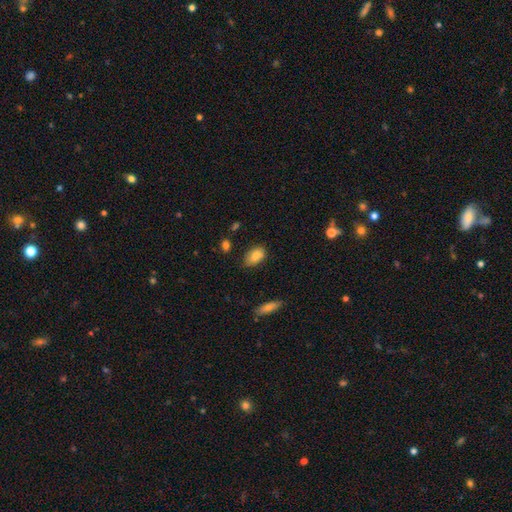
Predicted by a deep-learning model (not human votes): This appears to be a smooth galaxy with no disk features (82%) that is in between round and cigar-shaped (89%). Merging: none (73%).